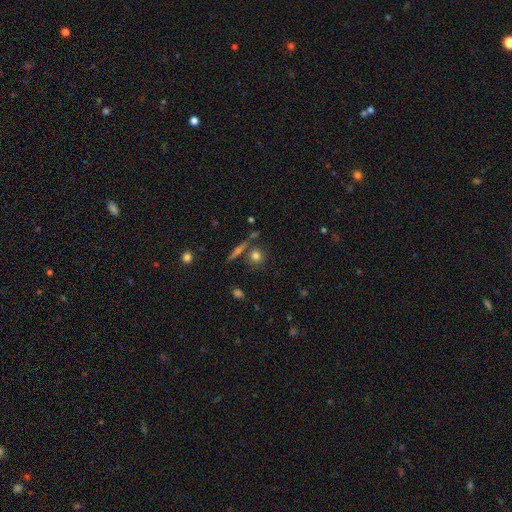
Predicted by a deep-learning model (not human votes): Overall: smooth (75%). How rounded: round (83%). Merging: none (70%).